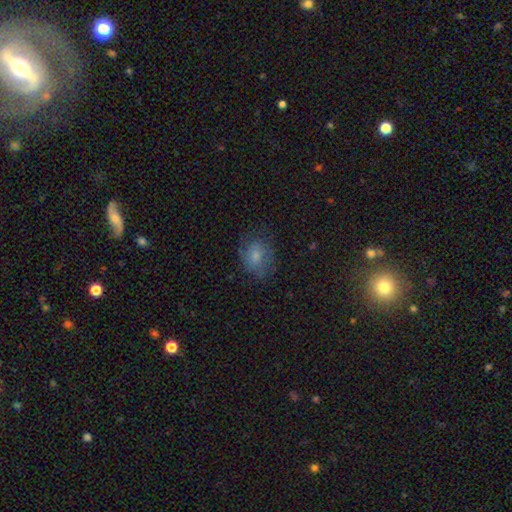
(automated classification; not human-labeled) Smooth or featured? smooth (68%)
How rounded? in between (62%)
Merging? none (67%)